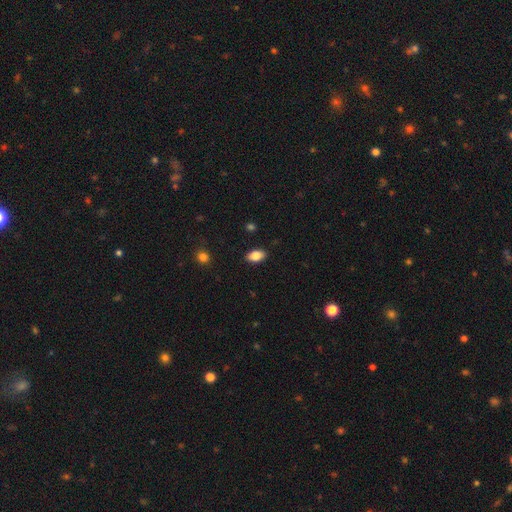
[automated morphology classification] smooth-or-featured: smooth: 83% | featured or disk: 9% | star or artifact: 8%
  how-rounded: in between: 91% | round: 6% | cigar-shaped: 3%
  merging: none: 89% | minor disturbance: 8% | major disturbance: 2% | merger: 1%